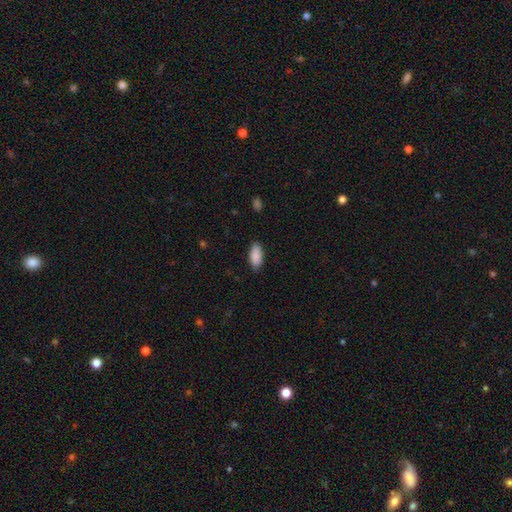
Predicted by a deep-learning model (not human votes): Smooth or featured? smooth (90%)
How rounded? in between (88%)
Merging? none (86%)